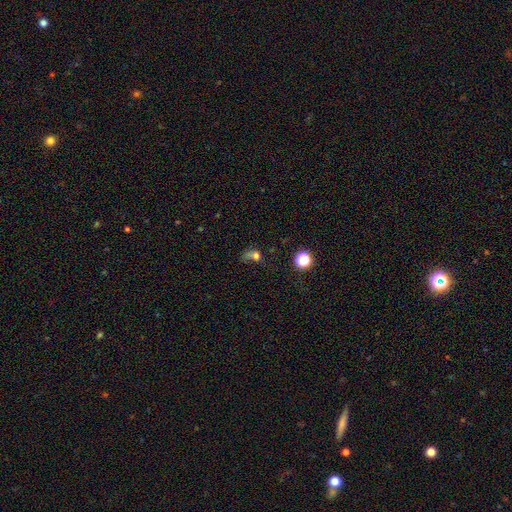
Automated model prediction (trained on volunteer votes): Morphology: type=smooth (59%); roundness=round (50%); merging=major disturbance (41%).